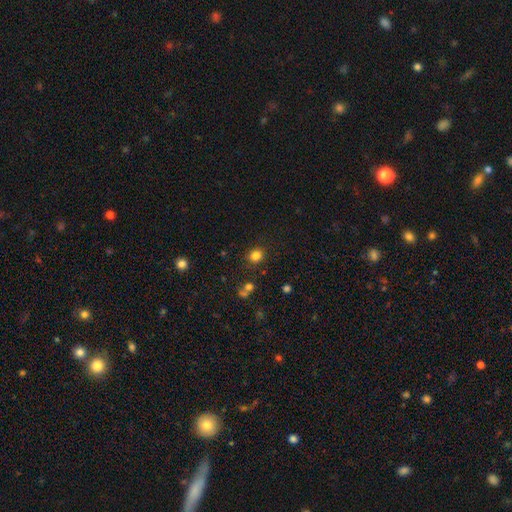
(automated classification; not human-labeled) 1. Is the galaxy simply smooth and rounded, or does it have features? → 81% smooth, 13% star or artifact, 5% featured or disk.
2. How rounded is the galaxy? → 76% round, 24% in between, 1% cigar-shaped.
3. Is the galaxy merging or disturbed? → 85% none, 9% minor disturbance, 3% merger, 3% major disturbance.